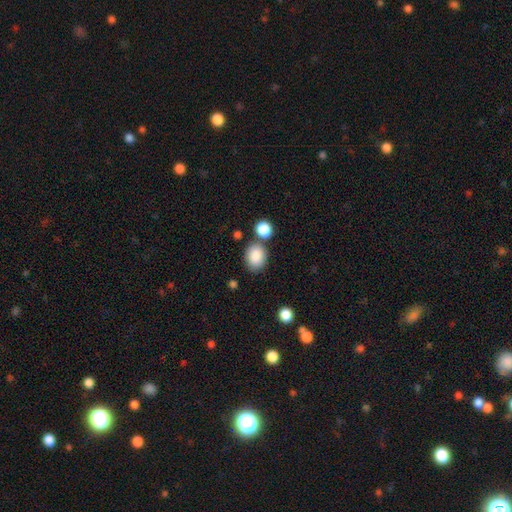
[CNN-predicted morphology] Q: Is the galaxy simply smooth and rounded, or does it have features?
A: smooth — 87%.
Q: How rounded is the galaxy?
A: in between — 56%.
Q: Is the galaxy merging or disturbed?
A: none — 69%.